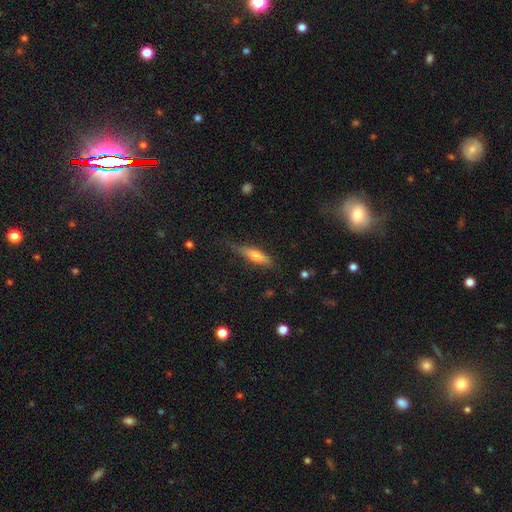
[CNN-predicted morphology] Smooth or featured: smooth — 53% (featured or disk — 40%)
How rounded: cigar-shaped — 70% (in between — 28%)
Merging: none — 68% (minor disturbance — 24%)